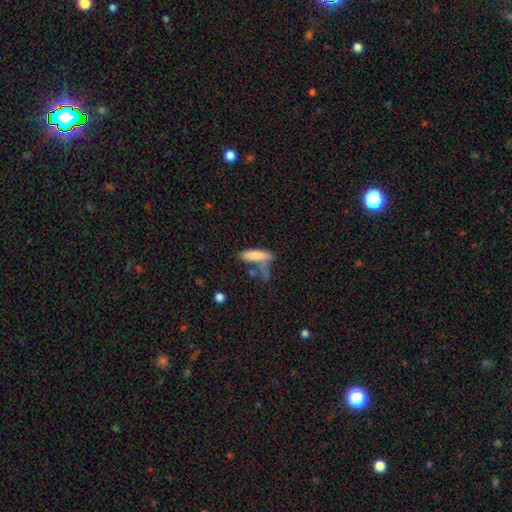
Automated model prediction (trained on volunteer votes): Q: Smooth or featured?
A: smooth (79%); runner-up: featured or disk (14%)
Q: How rounded?
A: cigar-shaped (59%); runner-up: in between (38%)
Q: Merging?
A: none (44%); runner-up: merger (24%)